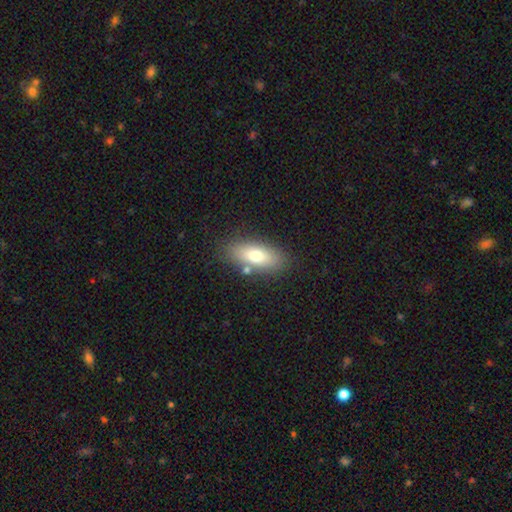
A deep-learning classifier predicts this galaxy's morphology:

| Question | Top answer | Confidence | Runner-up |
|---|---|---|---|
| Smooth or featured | smooth | 72% | featured or disk (20%) |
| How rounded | in between | 79% | cigar-shaped (17%) |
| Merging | none | 79% | minor disturbance (11%) |